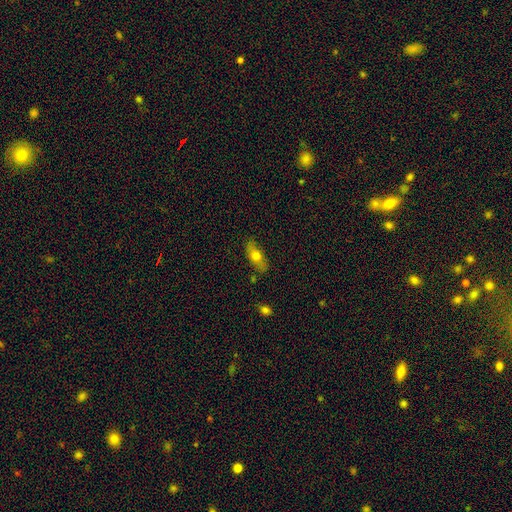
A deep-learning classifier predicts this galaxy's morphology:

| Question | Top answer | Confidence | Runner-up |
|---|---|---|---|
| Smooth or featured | smooth | 66% | featured or disk (27%) |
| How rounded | in between | 76% | cigar-shaped (18%) |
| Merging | none | 79% | minor disturbance (15%) |